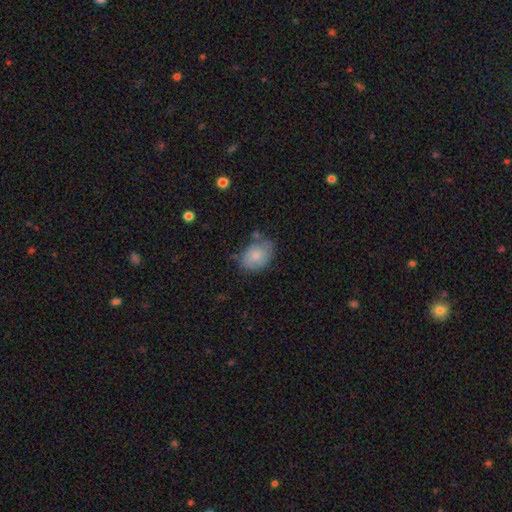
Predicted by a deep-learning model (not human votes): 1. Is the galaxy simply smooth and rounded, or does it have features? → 77% smooth, 16% featured or disk, 7% star or artifact.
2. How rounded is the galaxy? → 76% in between, 23% round, 1% cigar-shaped.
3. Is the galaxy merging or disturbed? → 59% none, 28% minor disturbance, 7% major disturbance, 6% merger.